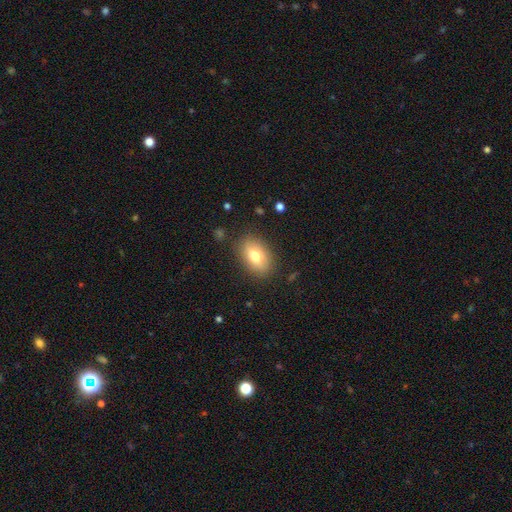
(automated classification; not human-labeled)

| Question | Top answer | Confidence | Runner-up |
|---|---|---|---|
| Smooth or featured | smooth | 75% | featured or disk (16%) |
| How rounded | in between | 85% | round (13%) |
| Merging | none | 84% | minor disturbance (11%) |